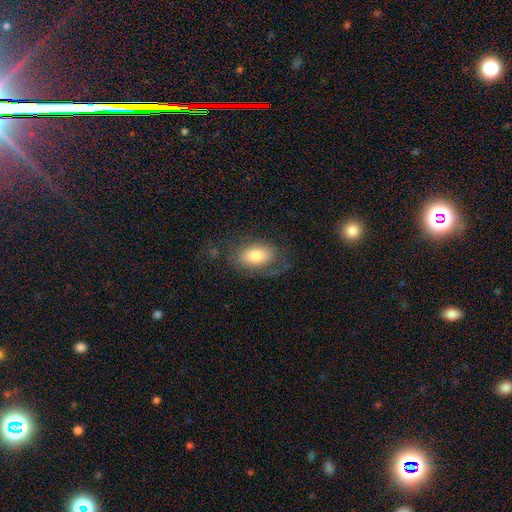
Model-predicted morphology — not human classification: This is likely a smooth galaxy (66%). How rounded: clearly in between (88%). Merging: likely none (63%).